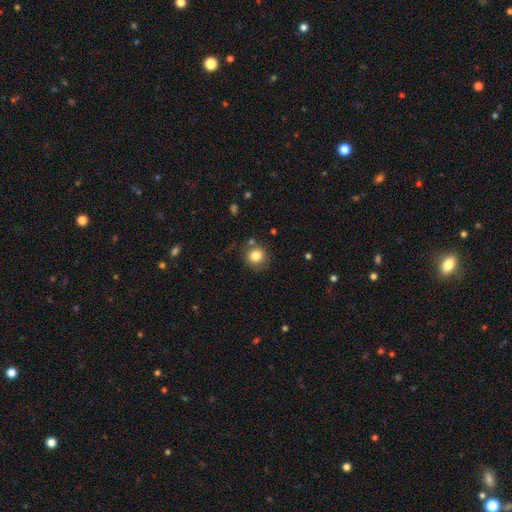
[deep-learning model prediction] smooth 83%, star or artifact 10%, featured or disk 7%. Down the decision tree: how rounded — round (86%); merging — none (79%).